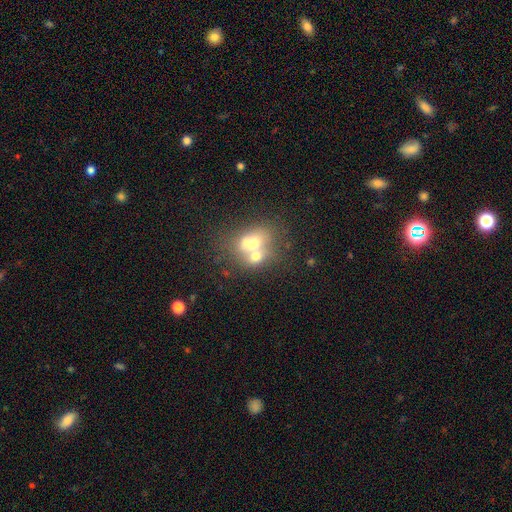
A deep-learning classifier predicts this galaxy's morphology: smooth-or-featured: smooth: 56% | featured or disk: 31% | star or artifact: 12%
  how-rounded: round: 49% (tied) | in between: 49% (tied) | cigar-shaped: 1%
  merging: merger: 67% | none: 21% | minor disturbance: 7% | major disturbance: 5%